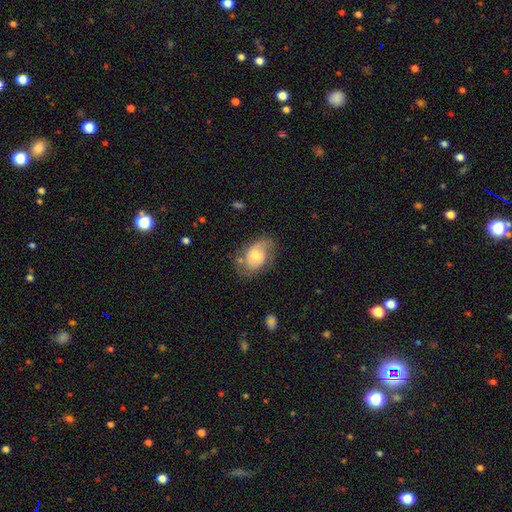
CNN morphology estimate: A featured or disk galaxy (57%) with a weak bar (47%), spiral arms (81%) and a moderate central bulge (55%).

Vote fractions:
- Smooth or featured? featured or disk: 57% / smooth: 36% / star or artifact: 7%
- Edge-on disk? no: 96% / yes: 4%
- Bar? weak: 47% / no: 43% / strong: 10%
- Spiral arms? yes: 81% / no: 19%
- Bulge size? moderate: 55% / small: 29% / large: 11% / none: 4% / dominant: 1%
- Merging? none: 60% / minor disturbance: 26% / major disturbance: 12% / merger: 3%